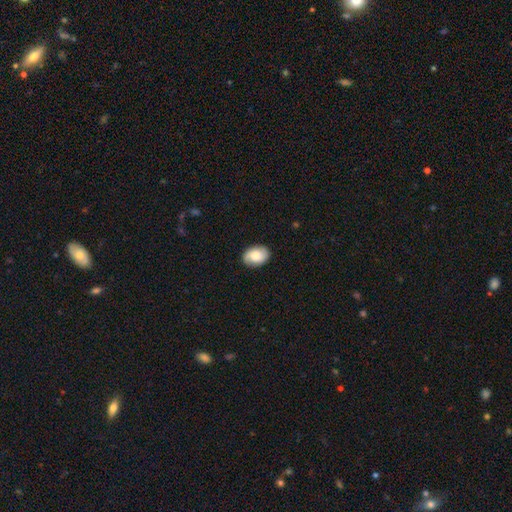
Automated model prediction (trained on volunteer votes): Q: Smooth or featured?
A: smooth (60%); runner-up: featured or disk (32%)
Q: How rounded?
A: in between (77%); runner-up: round (22%)
Q: Merging?
A: none (86%); runner-up: minor disturbance (10%)